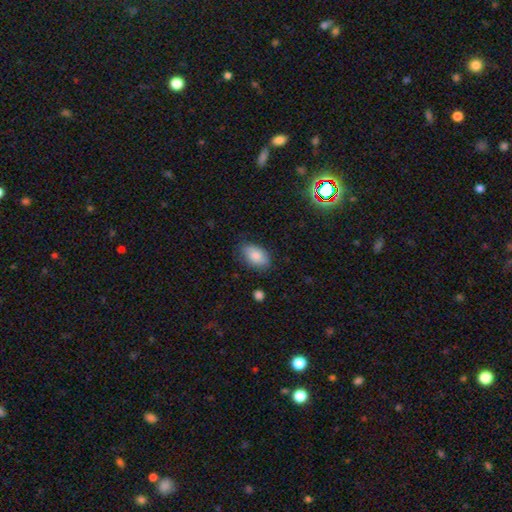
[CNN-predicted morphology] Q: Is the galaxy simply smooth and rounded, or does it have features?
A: smooth — 84%.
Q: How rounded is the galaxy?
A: in between — 91%.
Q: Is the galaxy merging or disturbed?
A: none — 77%.